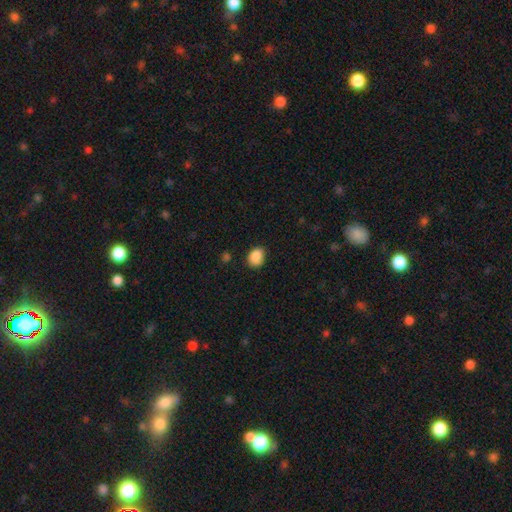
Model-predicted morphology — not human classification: Smooth or featured? smooth (87%)
How rounded? in between (55%)
Merging? none (71%)